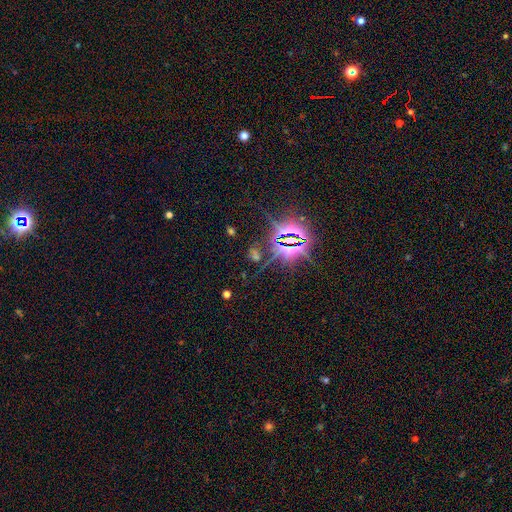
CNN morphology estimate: type=star or artifact (75%).